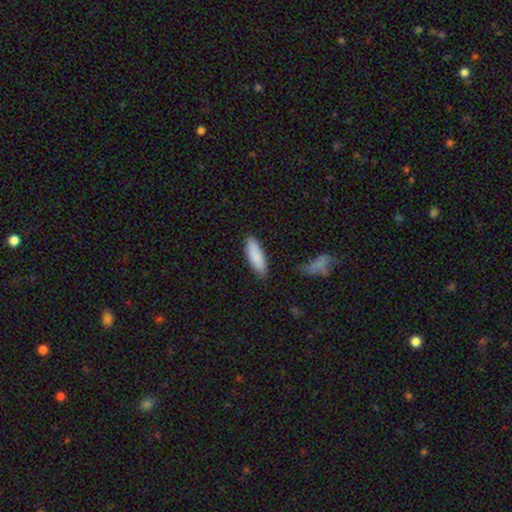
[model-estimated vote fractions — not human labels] Smooth or featured? Predicted: smooth (p=0.87). How rounded? Predicted: in between (p=0.55). Merging? Predicted: none (p=0.84).